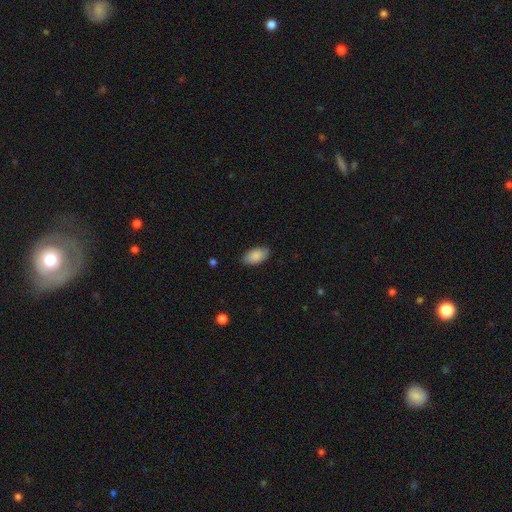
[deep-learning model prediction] This appears to be a smooth galaxy with no disk features (88%) that is in between round and cigar-shaped (94%). Merging: none (85%).